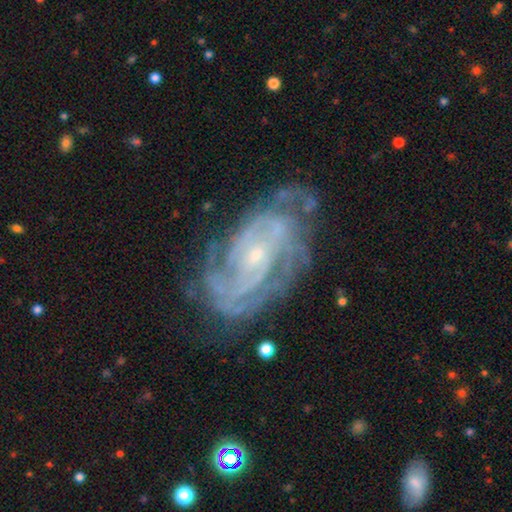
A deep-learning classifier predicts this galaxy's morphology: smooth_or_featured: featured or disk (p=0.88) [alt: star or artifact p=0.06]
disk_edge_on: no (p=0.96) [alt: yes p=0.04]
bar: no (p=0.61) [alt: weak p=0.29]
has_spiral_arms: yes (p=0.96) [alt: no p=0.04]
spiral_winding: tight (p=0.68) [alt: medium p=0.27]
spiral_arm_count: can't tell (p=0.29) [alt: 2 p=0.24]
bulge_size: small (p=0.80) [alt: moderate p=0.15]
merging: none (p=0.67) [alt: minor disturbance p=0.21]